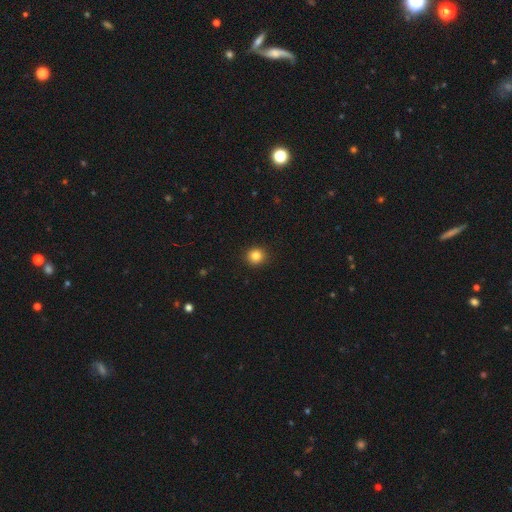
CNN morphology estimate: Smooth or featured: smooth — 84% (star or artifact — 11%)
How rounded: round — 91% (in between — 8%)
Merging: none — 92% (minor disturbance — 5%)